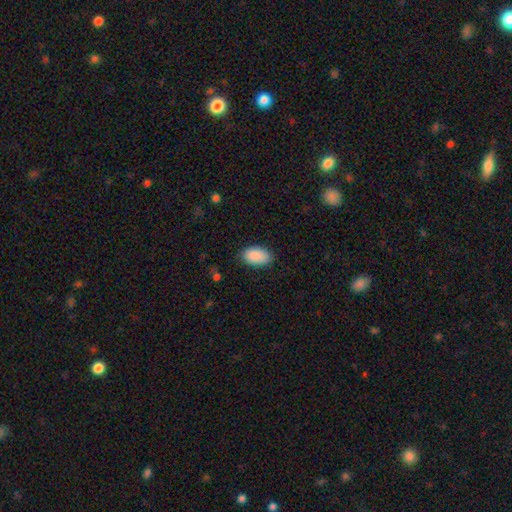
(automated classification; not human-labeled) Smooth or featured: smooth — 90% (star or artifact — 6%)
How rounded: in between — 94% (round — 4%)
Merging: none — 85% (minor disturbance — 12%)